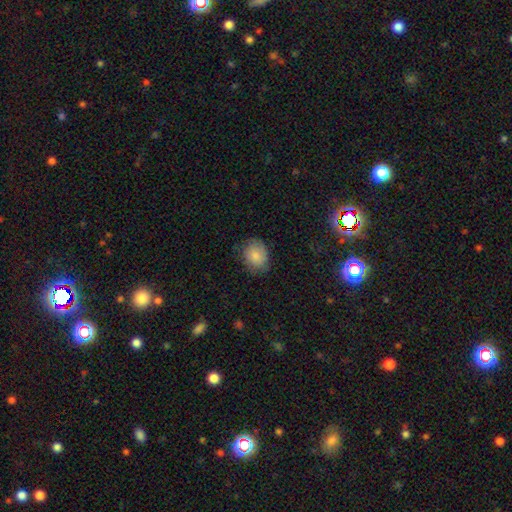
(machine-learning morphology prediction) A smooth galaxy with no disk features (81%) that is round (54%).

Vote fractions:
- Smooth or featured? smooth: 81% / featured or disk: 11% / star or artifact: 7%
- How rounded? round: 54% / in between: 46% / cigar-shaped: 1%
- Merging? none: 74% / minor disturbance: 20% / major disturbance: 5% / merger: 1%